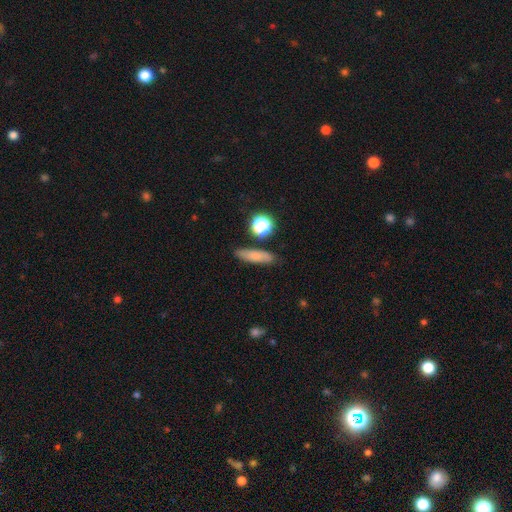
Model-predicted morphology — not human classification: Overall: smooth (75%). How rounded: cigar-shaped (61%; in between 29%). Merging: none (82%).